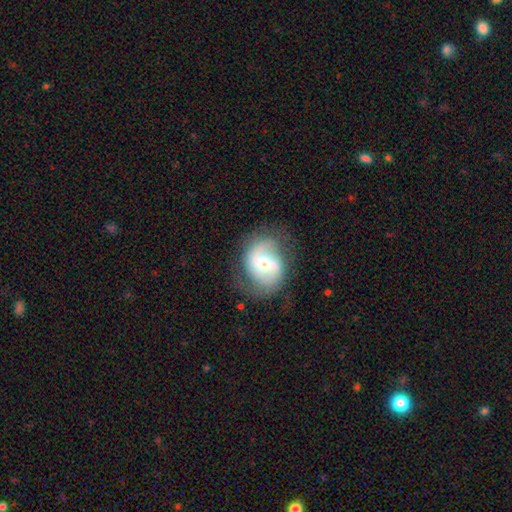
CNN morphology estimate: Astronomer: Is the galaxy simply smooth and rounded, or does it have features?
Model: featured or disk — 72%.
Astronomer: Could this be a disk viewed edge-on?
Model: no — 97%.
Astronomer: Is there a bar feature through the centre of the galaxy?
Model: weak — 43% (runner-up: no, 34%).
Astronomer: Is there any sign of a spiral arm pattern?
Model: yes — 87%.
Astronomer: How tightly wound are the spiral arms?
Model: loose — 43% (runner-up: medium, 40%).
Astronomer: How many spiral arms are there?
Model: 2 — 83%.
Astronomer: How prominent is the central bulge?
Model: small — 48% (runner-up: moderate, 46%).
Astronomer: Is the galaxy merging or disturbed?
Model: none — 69%.